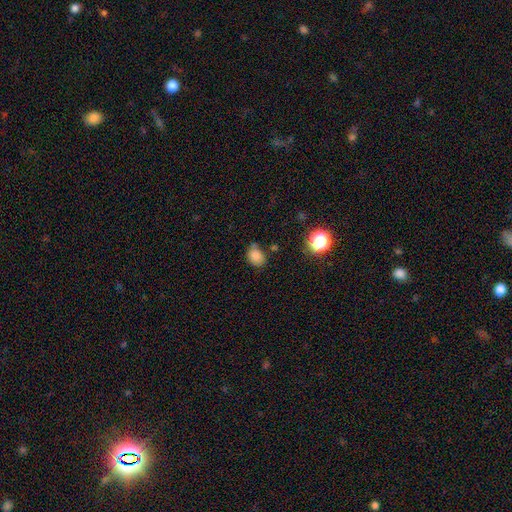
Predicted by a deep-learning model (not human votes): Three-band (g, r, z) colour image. It shows a smooth galaxy with no disk features (80%) that is in between round and cigar-shaped (58%). Merging: none (64%).